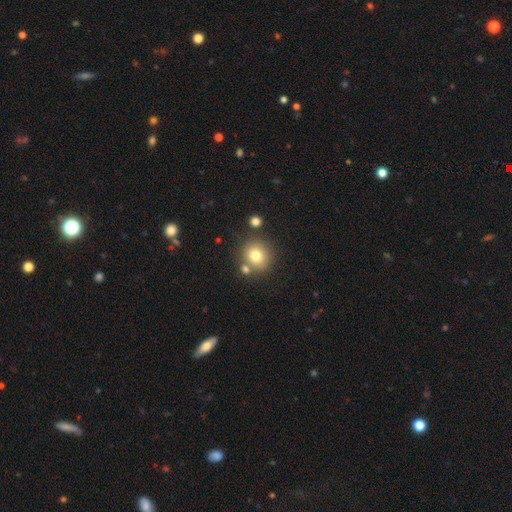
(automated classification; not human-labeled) Smooth or featured? Predicted: smooth (p=0.76). How rounded? Predicted: round (p=0.90). Merging? Predicted: none (p=0.72).